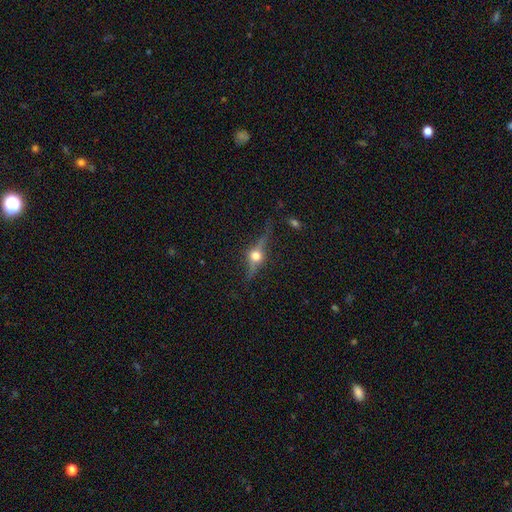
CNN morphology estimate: This appears to be a featured or disk galaxy (76%) viewed edge-on (93%) with a rounded central bulge (97%). Merging: none (81%).